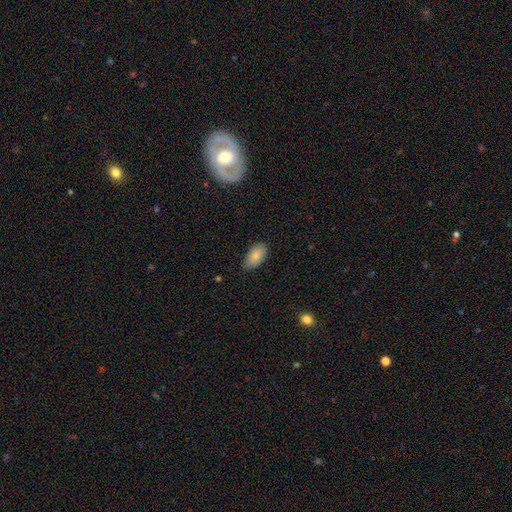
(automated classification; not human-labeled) The model was most divided on "merging": none: 78%, minor disturbance: 18%, major disturbance: 3%, merger: 1%. More confident: how rounded — in between (93%); smooth or featured — smooth (82%).